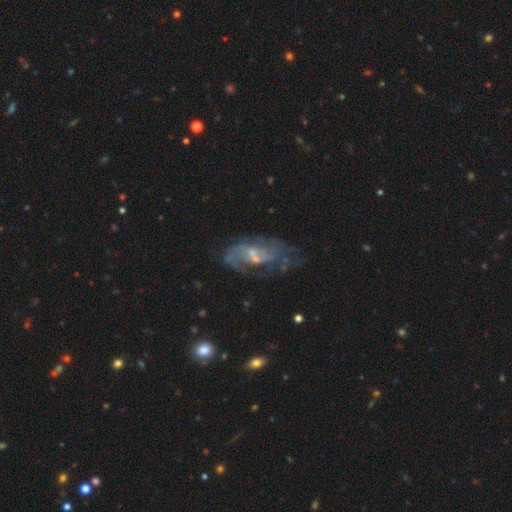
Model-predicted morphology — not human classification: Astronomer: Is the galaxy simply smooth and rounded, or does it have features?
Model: featured or disk — 70%.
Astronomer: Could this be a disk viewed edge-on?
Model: no — 92%.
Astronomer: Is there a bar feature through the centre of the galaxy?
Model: weak — 47% (runner-up: no, 43%).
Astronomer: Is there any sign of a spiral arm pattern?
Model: yes — 74%.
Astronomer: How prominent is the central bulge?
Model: small — 49% (runner-up: moderate, 31%).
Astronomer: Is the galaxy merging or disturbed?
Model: none — 51%.